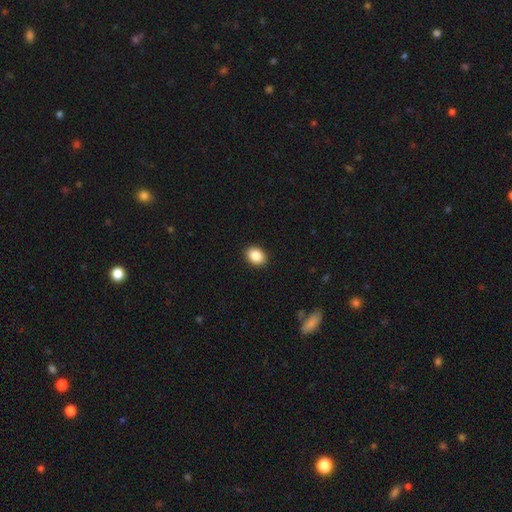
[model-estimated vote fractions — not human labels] Q: Smooth or featured?
A: smooth (88%); runner-up: star or artifact (8%)
Q: How rounded?
A: in between (67%); runner-up: round (32%)
Q: Merging?
A: none (92%); runner-up: minor disturbance (6%)